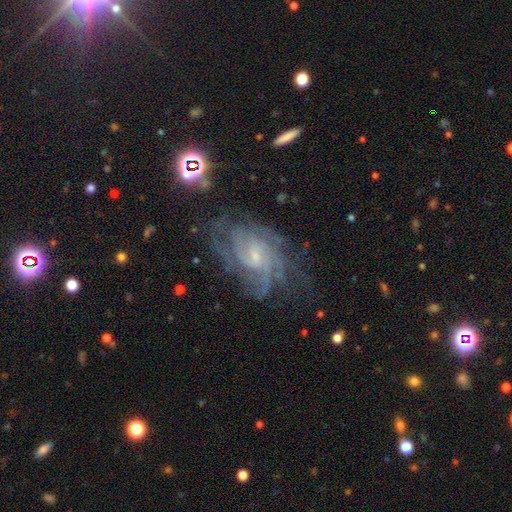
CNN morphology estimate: smooth-or-featured: featured or disk: 85% | star or artifact: 9% | smooth: 7%
  disk-edge-on: no: 97% | yes: 3%
    bar: no: 50% | weak: 42% | strong: 8%
    has-spiral-arms: yes: 96% | no: 4%
      spiral-winding: tight: 53% | medium: 37% | loose: 9%
      spiral-arm-count: can't tell: 33% | 4: 22% | 3: 16% | 2: 13% | more than 4: 9% | 1: 7%
    bulge-size: small: 74% | moderate: 19% | none: 6% | large: 1% | dominant: 1%
  merging: none: 63% | minor disturbance: 20% | major disturbance: 15% | merger: 2%